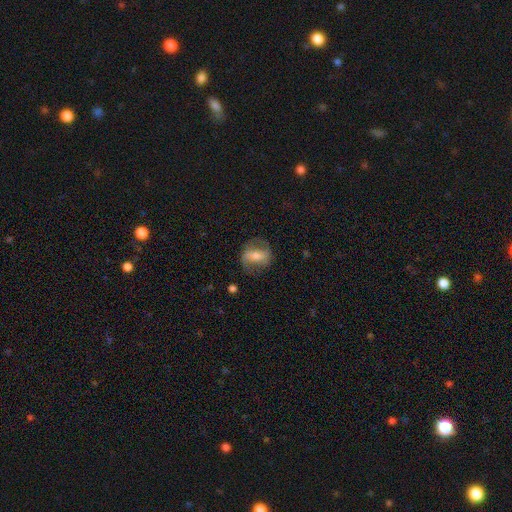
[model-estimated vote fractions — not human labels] smooth-or-featured: featured or disk: 62% | smooth: 31% | star or artifact: 7%
  disk-edge-on: no: 92% | yes: 8%
    bar: strong: 53% | weak: 29% | no: 18%
    has-spiral-arms: yes: 70% | no: 30%
    bulge-size: moderate: 49% | small: 42% | large: 5% | none: 3% | dominant: 1%
  merging: none: 72% | minor disturbance: 17% | major disturbance: 10% | merger: 1%